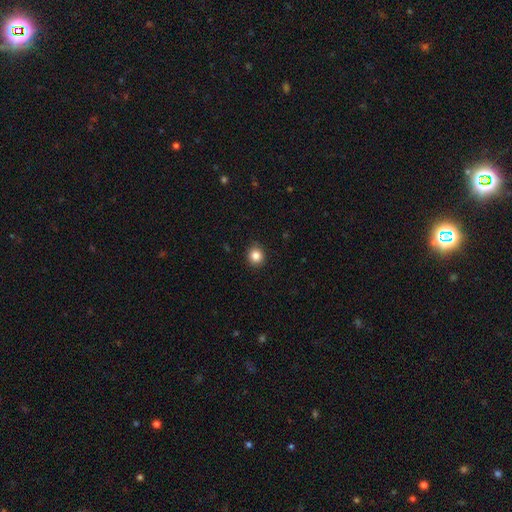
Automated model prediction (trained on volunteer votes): Smooth or featured?
  - smooth: 85% *
  - star or artifact: 10%
  - featured or disk: 4%
How rounded?
  - round: 88% *
  - in between: 11%
  - cigar-shaped: 1%
Merging?
  - none: 90% *
  - minor disturbance: 7%
  - major disturbance: 2%
  - merger: 1%